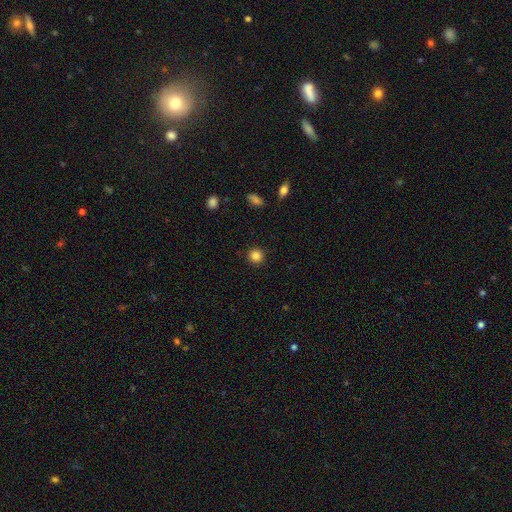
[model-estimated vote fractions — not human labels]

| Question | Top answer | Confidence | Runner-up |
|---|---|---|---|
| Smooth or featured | smooth | 85% | star or artifact (11%) |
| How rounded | round | 94% | in between (5%) |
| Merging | none | 91% | minor disturbance (6%) |